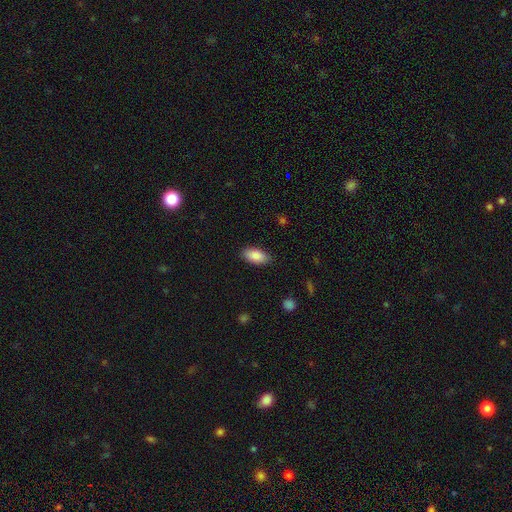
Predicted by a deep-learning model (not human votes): Smooth or featured?
  - smooth: 87% *
  - featured or disk: 6%
  - star or artifact: 6%
How rounded?
  - in between: 92% *
  - cigar-shaped: 5%
  - round: 3%
Merging?
  - none: 87% *
  - minor disturbance: 10%
  - major disturbance: 2%
  - merger: 1%